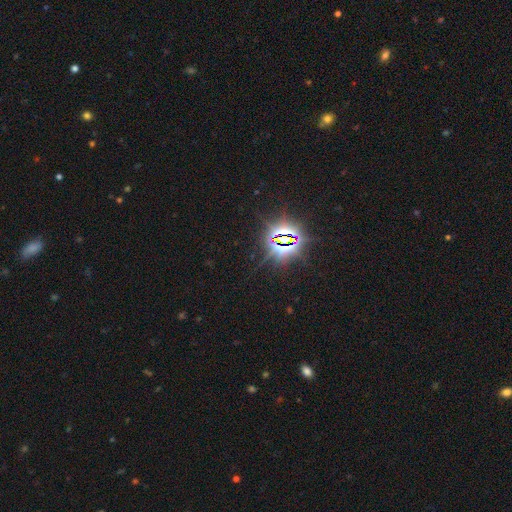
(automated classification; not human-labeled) Smooth or featured? Predicted: star or artifact (p=0.82).